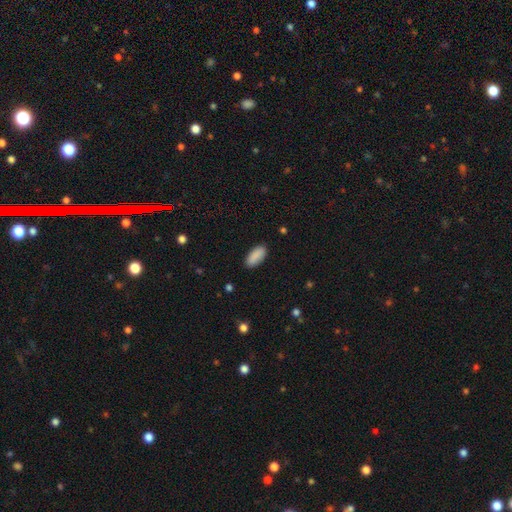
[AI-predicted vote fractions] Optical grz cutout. It shows a smooth galaxy with no disk features (90%) that is in between round and cigar-shaped (89%). Merging: none (88%).